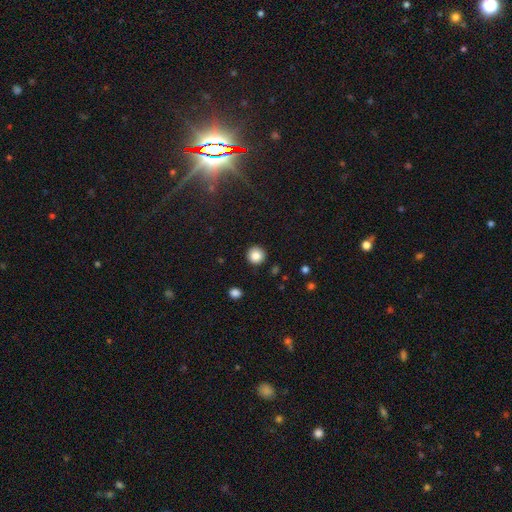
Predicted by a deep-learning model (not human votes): Overall: smooth (85%). How rounded: round (95%). Merging: none (92%).